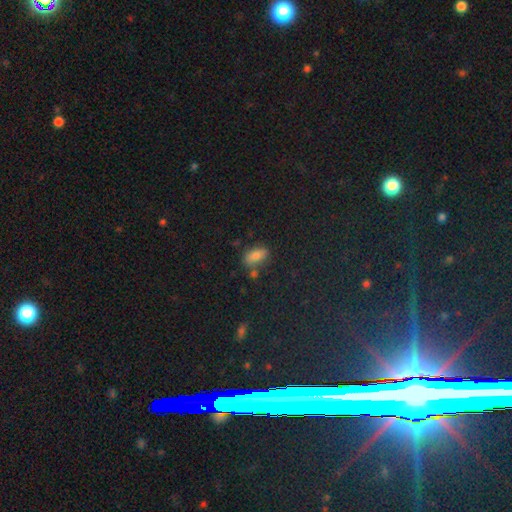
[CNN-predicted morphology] smooth 74%, star or artifact 14%, featured or disk 12%. Down the decision tree: how rounded — in between (86%); merging — none (67%).